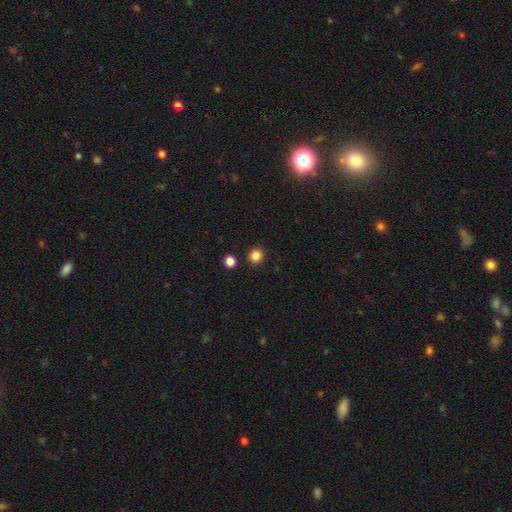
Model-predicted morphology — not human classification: type=smooth (85%); roundness=round (92%); merging=none (89%).